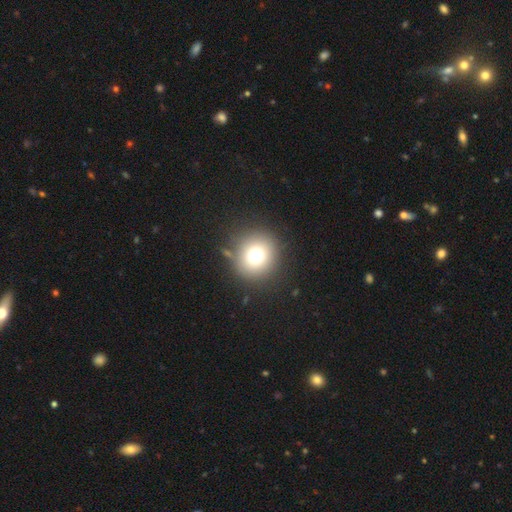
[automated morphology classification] Q: Smooth or featured?
A: smooth (73%); runner-up: star or artifact (16%)
Q: How rounded?
A: round (93%); runner-up: in between (6%)
Q: Merging?
A: none (85%); runner-up: minor disturbance (8%)